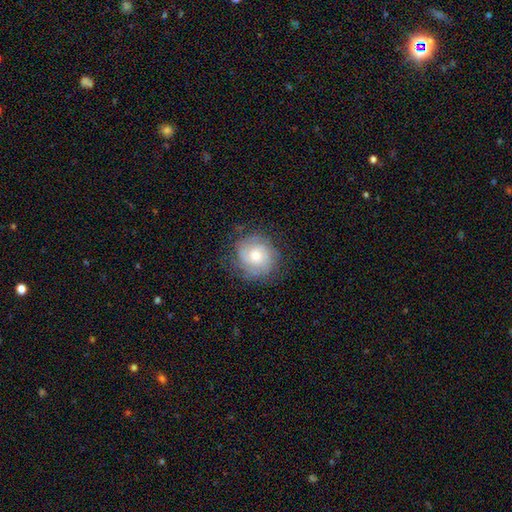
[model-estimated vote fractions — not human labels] Smooth or featured: featured or disk — 61% (smooth — 32%)
Edge-on disk: no — 98% (yes — 2%)
Bar: no — 77% (weak — 20%)
Spiral arms: yes — 87% (no — 13%)
Spiral winding: tight — 63% (medium — 28%)
Spiral arm count: can't tell — 43% (2 — 26%)
Bulge size: moderate — 59% (small — 25%)
Merging: none — 73% (minor disturbance — 18%)